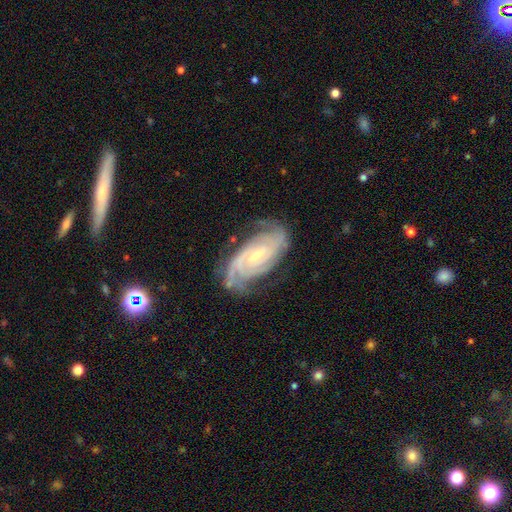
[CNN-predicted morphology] Smooth or featured? featured or disk (89%)
Edge-on disk? no (95%)
Bar? no (42%, tied with weak)
Spiral arms? yes (98%)
Spiral winding? tight (65%)
Spiral arm count? 2 (46%)
Bulge size? small (70%)
Merging? none (72%)